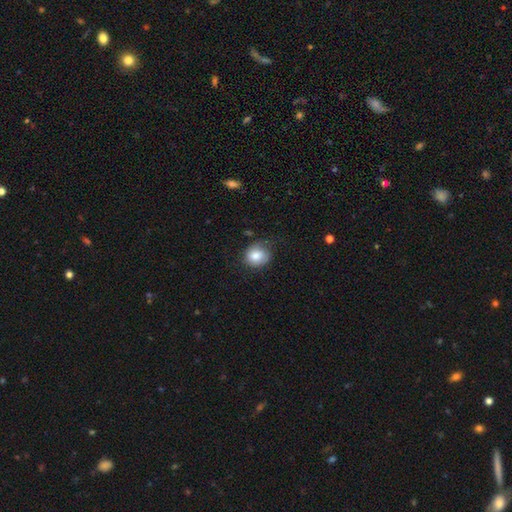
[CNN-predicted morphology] Smooth or featured: smooth — 81% (featured or disk — 11%)
How rounded: round — 70% (in between — 30%)
Merging: none — 59% (minor disturbance — 28%)